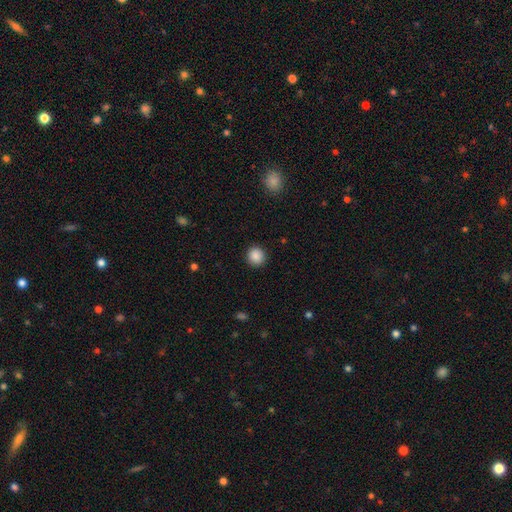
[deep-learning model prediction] Morphology: type=smooth (88%); roundness=round (92%); merging=none (92%).